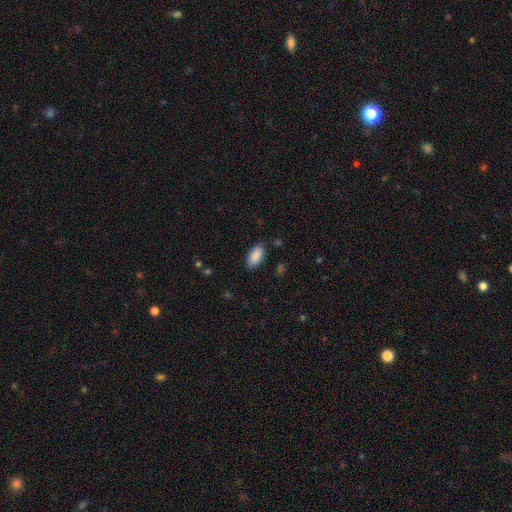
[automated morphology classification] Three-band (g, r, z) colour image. It shows a smooth galaxy with no disk features (89%) that is in between round and cigar-shaped (93%). Merging: none (85%).